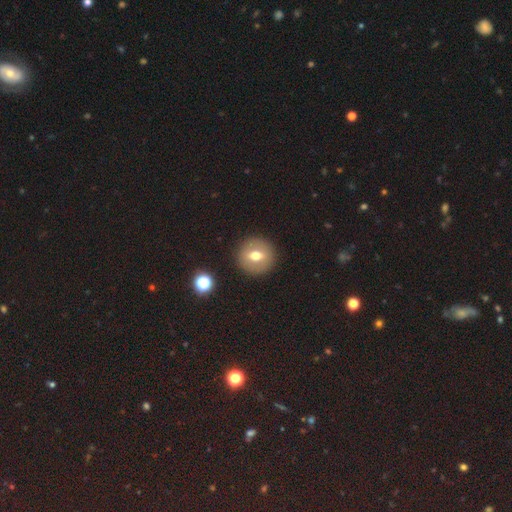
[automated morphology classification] smooth 59%, featured or disk 31%, star or artifact 10%. Down the decision tree: how rounded — round (90%); merging — none (90%).